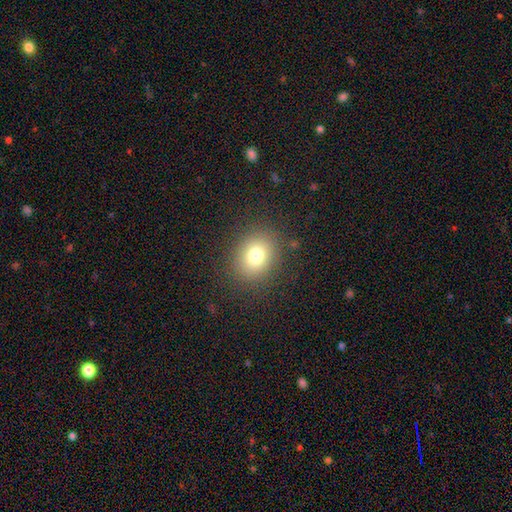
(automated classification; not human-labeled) This appears to be a smooth galaxy with no disk features (76%) that is round (64%). Merging: none (85%).